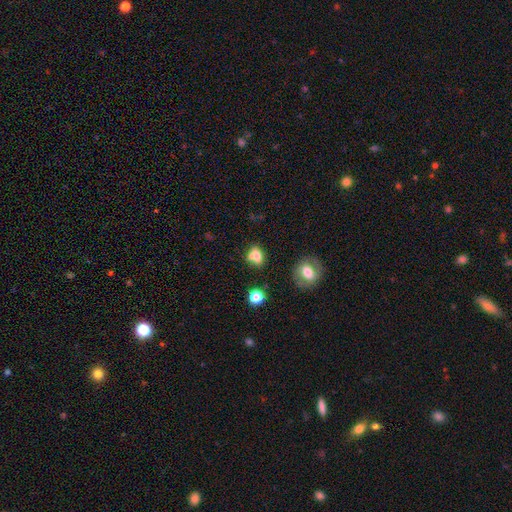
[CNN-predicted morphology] Q: Smooth or featured?
A: smooth (72%); runner-up: featured or disk (17%)
Q: How rounded?
A: in between (58%); runner-up: round (38%)
Q: Merging?
A: none (42%); runner-up: merger (38%)